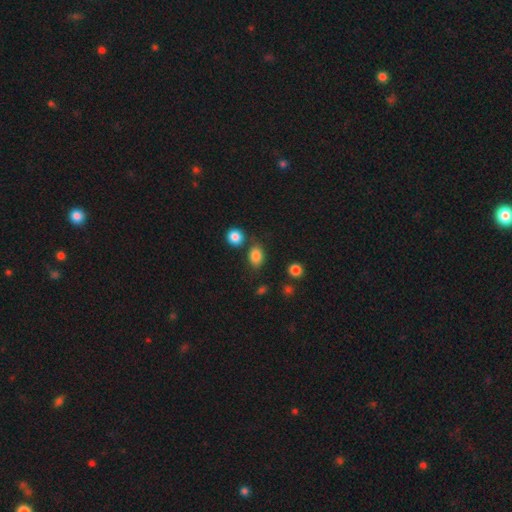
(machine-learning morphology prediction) This is clearly a smooth galaxy (84%). How rounded: likely in between (71%). Merging: likely none (71%).